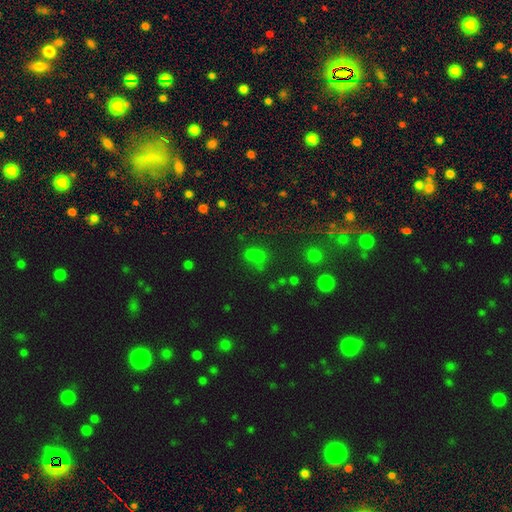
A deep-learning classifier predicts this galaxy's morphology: The model was most divided on "how rounded": round: 51%, in between: 46%, cigar-shaped: 3%. Remaining: smooth or featured — smooth (55%); merging — none (44%).